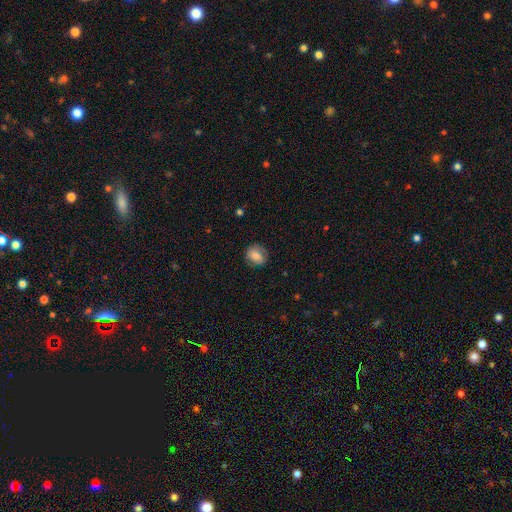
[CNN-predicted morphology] A smooth galaxy with no disk features (72%) that is round (67%). Merging: none (77%).